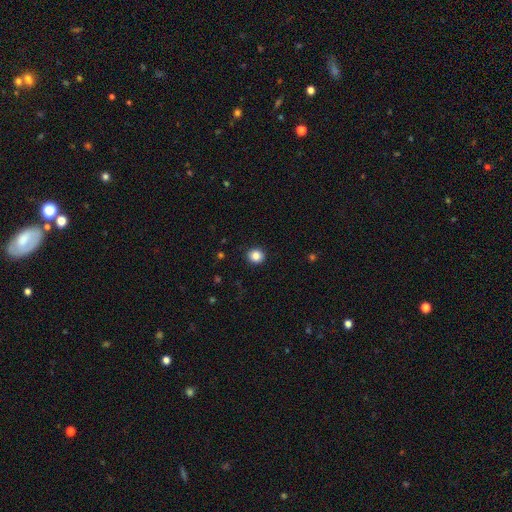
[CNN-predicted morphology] The model was most divided on "smooth or featured": smooth: 85%, star or artifact: 10%, featured or disk: 5%. More confident: merging — none (92%); how rounded — round (88%).